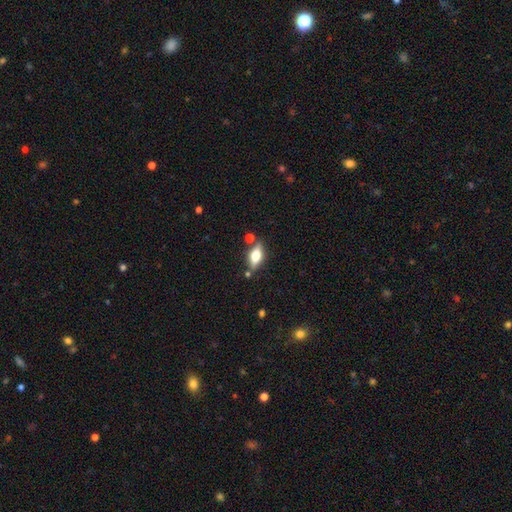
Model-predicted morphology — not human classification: Q: Smooth or featured?
A: smooth (48%); runner-up: featured or disk (44%)
Q: Merging?
A: none (77%); runner-up: minor disturbance (12%)